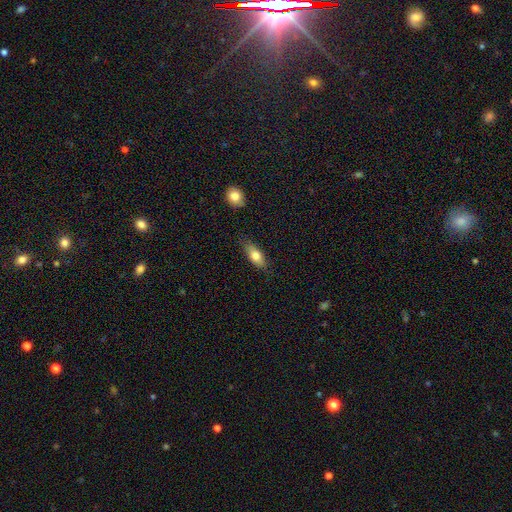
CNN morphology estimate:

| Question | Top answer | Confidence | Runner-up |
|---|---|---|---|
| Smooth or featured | smooth | 76% | featured or disk (17%) |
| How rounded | in between | 74% | cigar-shaped (22%) |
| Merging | none | 80% | minor disturbance (15%) |